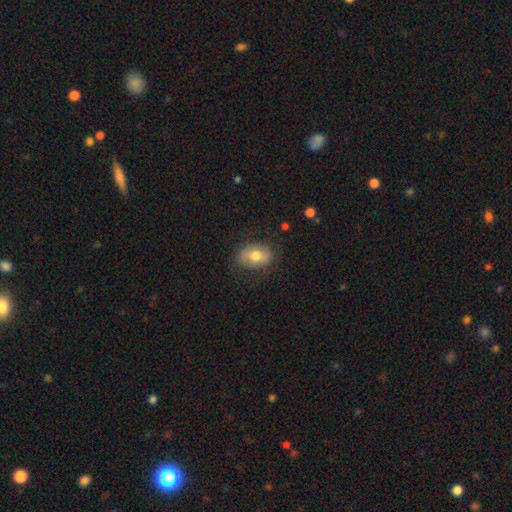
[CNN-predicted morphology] The model was most divided on "smooth or featured": smooth: 69%, featured or disk: 24%, star or artifact: 8%. More confident: how rounded — in between (79%); merging — none (79%).